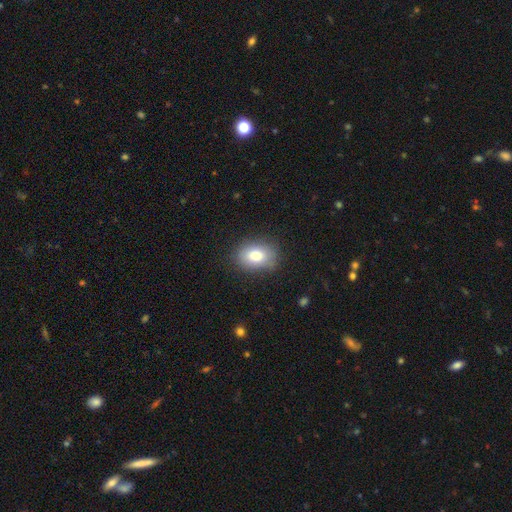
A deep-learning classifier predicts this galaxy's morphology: This appears to be a smooth galaxy with no disk features (82%) that is in between round and cigar-shaped (74%). Merging: none (82%).